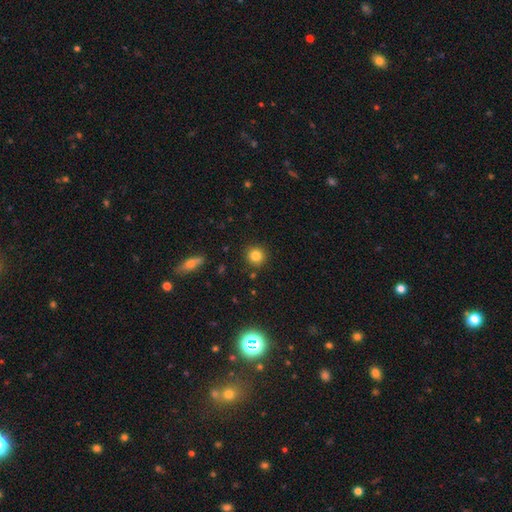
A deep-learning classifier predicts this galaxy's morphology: Smooth or featured: smooth — 82% (star or artifact — 11%)
How rounded: round — 93% (in between — 6%)
Merging: none — 89% (minor disturbance — 7%)